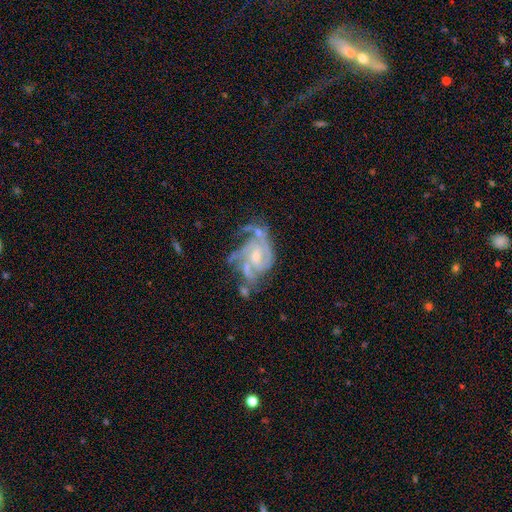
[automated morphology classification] This is clearly a featured or disk galaxy (85%). It is clearly not viewed edge-on (98%). Bar: possibly no (50%). Spiral arm pattern: clearly yes (92%). Spiral arm count: marginally 3 (29%). Spiral winding: possibly tight (46%). Central bulge: possibly moderate (47%). Merging: marginally none (36%).